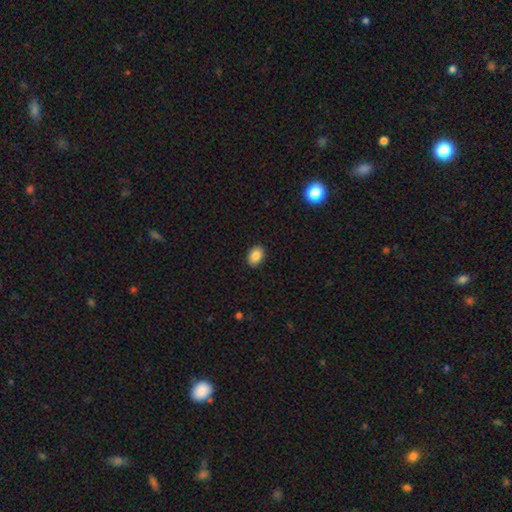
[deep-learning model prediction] Smooth or featured: smooth — 86% (star or artifact — 8%)
How rounded: in between — 82% (round — 17%)
Merging: none — 91% (minor disturbance — 7%)